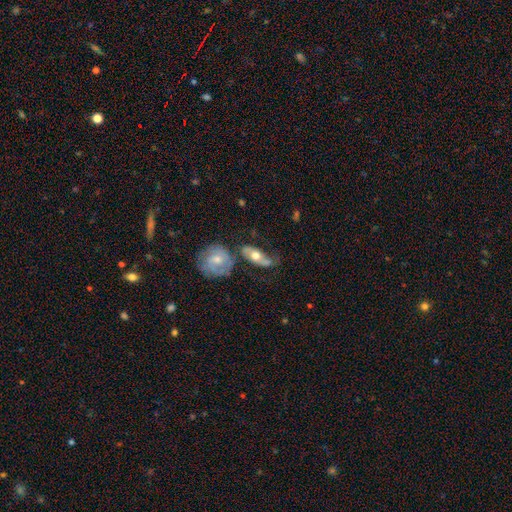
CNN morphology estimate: Smooth or featured?
  - featured or disk: 49% *
  - smooth: 45%
  - star or artifact: 6%
Merging?
  - none: 44% *
  - minor disturbance: 24%
  - merger: 17%
  - major disturbance: 15%